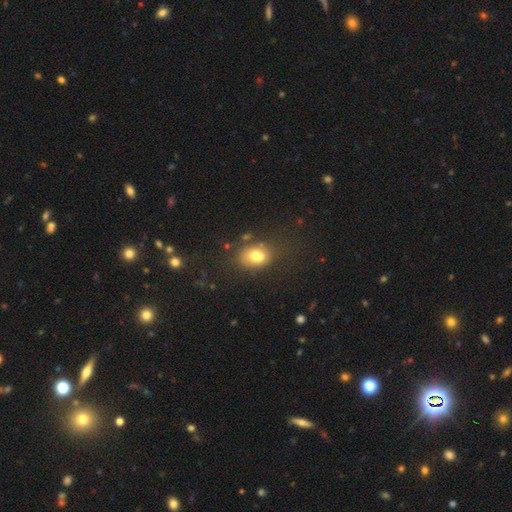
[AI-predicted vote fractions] A smooth galaxy with no disk features (73%) that is in between round and cigar-shaped (65%). Merging: none (58%).